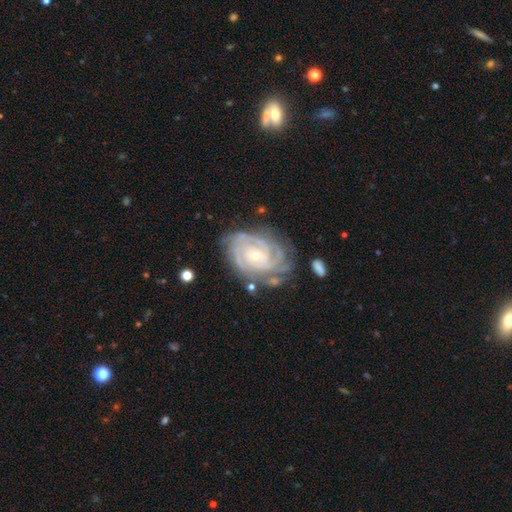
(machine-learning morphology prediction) Overall: featured or disk (91%). Edge-on disk: no (97%). Bar: no (68%). Spiral arms: yes (98%). Spiral arm count: 4 (28%; 3 26%). Spiral winding: tight (82%). Bulge size: small (68%; moderate 29%). Merging: none (70%).